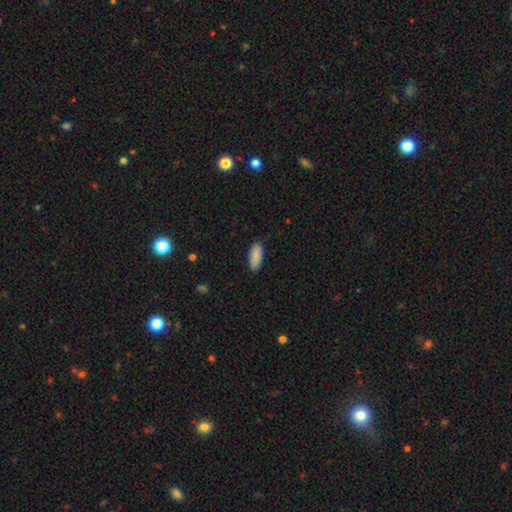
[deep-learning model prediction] A smooth galaxy with no disk features (89%) that is in between round and cigar-shaped (79%).

Vote fractions:
- Smooth or featured? smooth: 89% / star or artifact: 6% / featured or disk: 5%
- How rounded? in between: 79% / cigar-shaped: 19% / round: 2%
- Merging? none: 87% / minor disturbance: 10% / major disturbance: 2% / merger: 1%